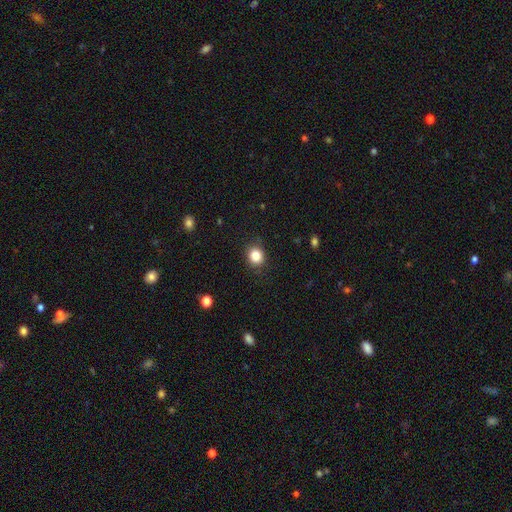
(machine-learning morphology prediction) Smooth or featured? smooth (84%)
How rounded? round (73%)
Merging? none (85%)